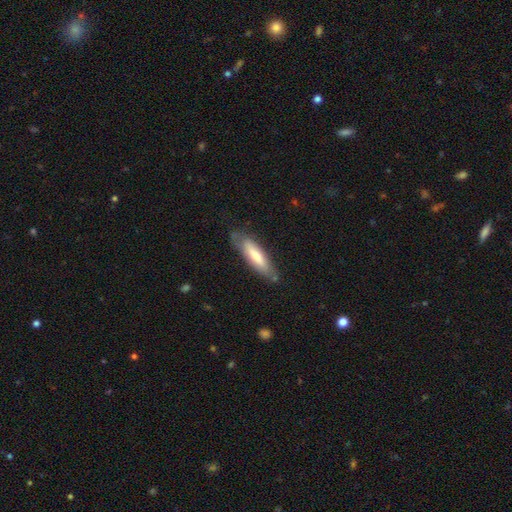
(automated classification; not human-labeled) Q: Smooth or featured?
A: smooth (58%); runner-up: featured or disk (36%)
Q: How rounded?
A: cigar-shaped (62%); runner-up: in between (37%)
Q: Merging?
A: none (70%); runner-up: minor disturbance (21%)